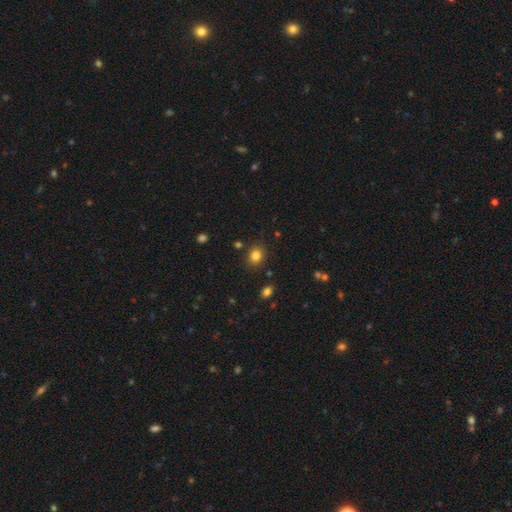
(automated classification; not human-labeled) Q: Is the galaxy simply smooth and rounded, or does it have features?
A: smooth — 82%.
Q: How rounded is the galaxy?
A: round — 59%.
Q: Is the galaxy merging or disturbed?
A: none — 85%.